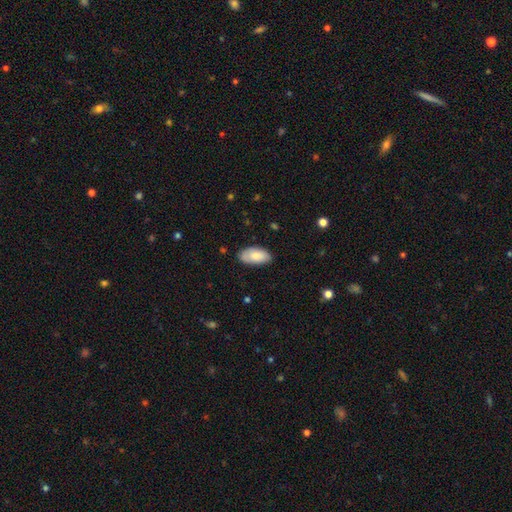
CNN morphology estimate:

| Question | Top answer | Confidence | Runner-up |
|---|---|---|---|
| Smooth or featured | smooth | 80% | featured or disk (14%) |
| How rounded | in between | 95% | cigar-shaped (3%) |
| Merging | none | 80% | minor disturbance (16%) |